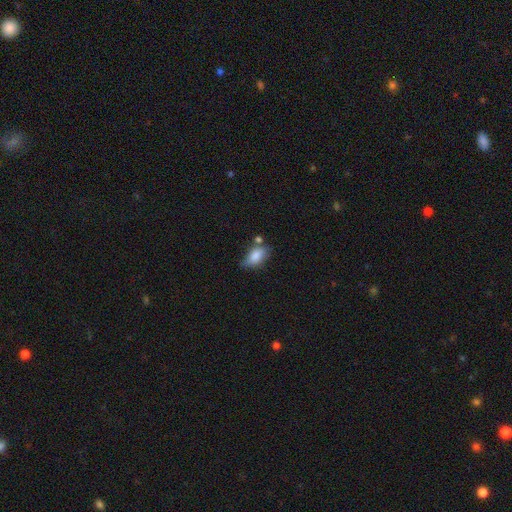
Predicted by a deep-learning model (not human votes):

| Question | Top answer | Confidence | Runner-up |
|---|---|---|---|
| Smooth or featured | smooth | 81% | featured or disk (11%) |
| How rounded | in between | 89% | round (6%) |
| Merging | none | 51% | minor disturbance (28%) |